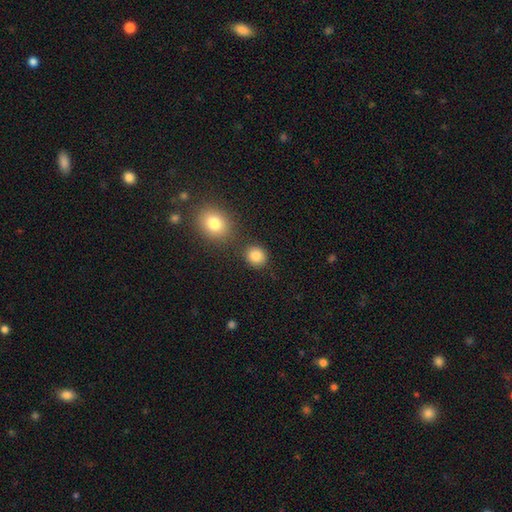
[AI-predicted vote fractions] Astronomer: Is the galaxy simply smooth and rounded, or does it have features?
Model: smooth — 85%.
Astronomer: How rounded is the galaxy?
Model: round — 76%.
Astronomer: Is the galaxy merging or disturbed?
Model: none — 80%.